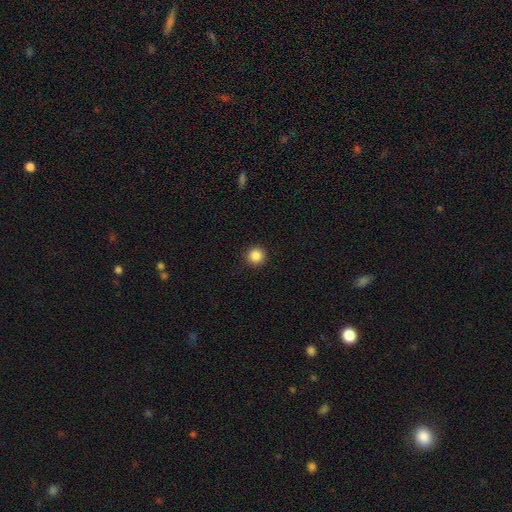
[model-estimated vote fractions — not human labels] Smooth or featured: smooth — 87% (star or artifact — 10%)
How rounded: round — 96% (in between — 3%)
Merging: none — 92% (minor disturbance — 5%)